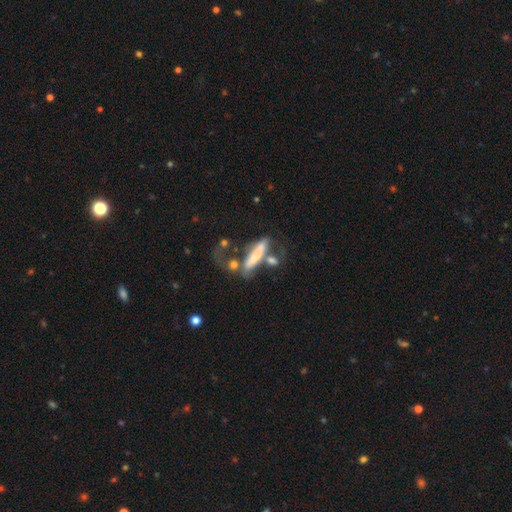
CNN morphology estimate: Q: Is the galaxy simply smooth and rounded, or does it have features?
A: smooth — 49%.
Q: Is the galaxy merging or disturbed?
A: merger — 35%.